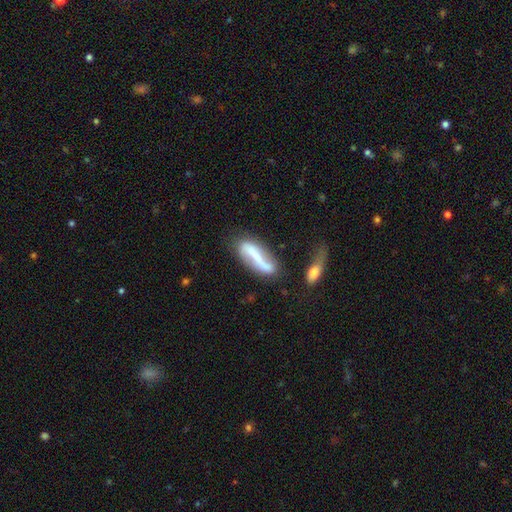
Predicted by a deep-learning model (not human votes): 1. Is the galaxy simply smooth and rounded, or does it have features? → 59% featured or disk, 33% smooth, 8% star or artifact.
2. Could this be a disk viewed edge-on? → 76% no, 24% yes.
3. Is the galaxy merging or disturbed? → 50% none, 23% minor disturbance, 15% merger, 11% major disturbance.